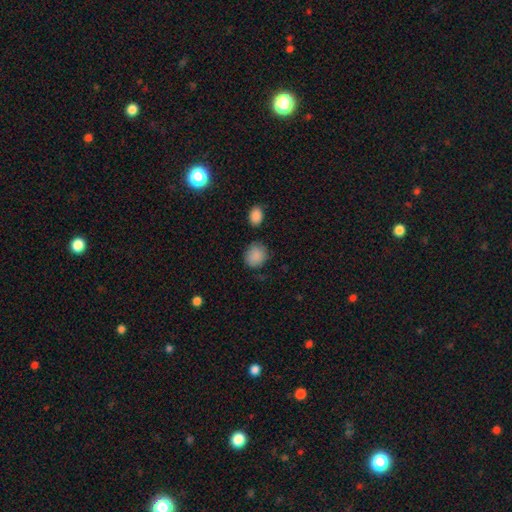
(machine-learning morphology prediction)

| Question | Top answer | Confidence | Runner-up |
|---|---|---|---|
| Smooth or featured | smooth | 87% | star or artifact (8%) |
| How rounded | round | 69% | in between (30%) |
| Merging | none | 73% | minor disturbance (19%) |